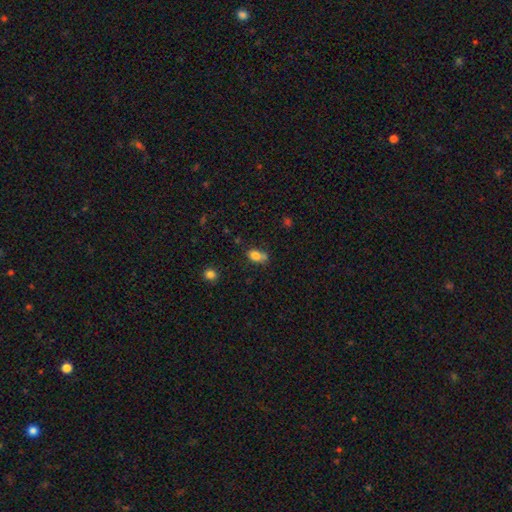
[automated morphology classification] Q: Smooth or featured?
A: smooth (79%); runner-up: star or artifact (11%)
Q: How rounded?
A: in between (76%); runner-up: round (20%)
Q: Merging?
A: none (46%); runner-up: merger (23%)